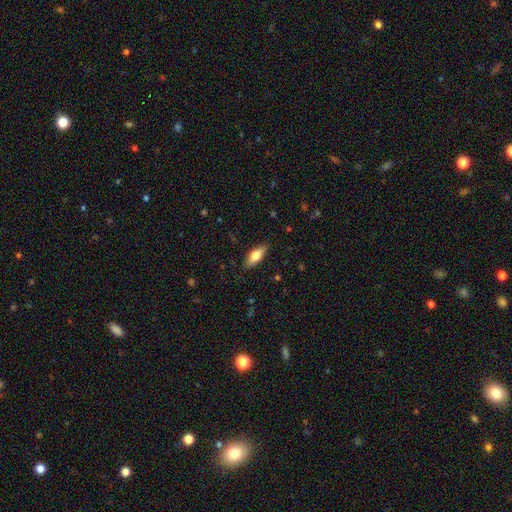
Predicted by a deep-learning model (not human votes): smooth 72%, featured or disk 22%, star or artifact 6%. Down the decision tree: how rounded — in between (74%); merging — none (86%).